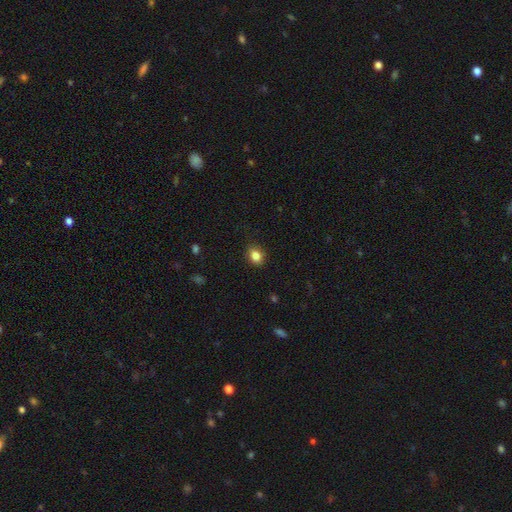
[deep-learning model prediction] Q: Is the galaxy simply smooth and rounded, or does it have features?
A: smooth — 84%.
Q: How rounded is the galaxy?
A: in between — 51%.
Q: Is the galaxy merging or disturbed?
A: none — 88%.